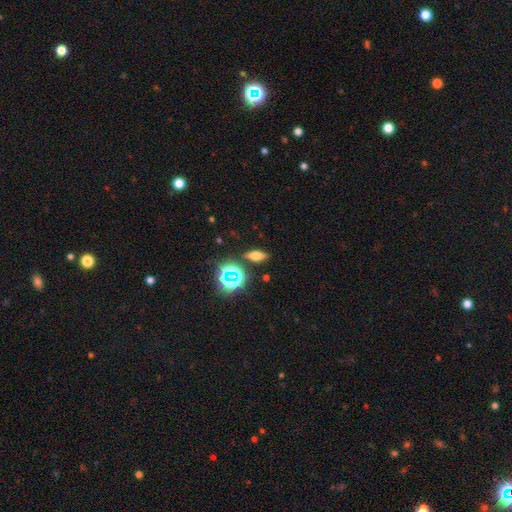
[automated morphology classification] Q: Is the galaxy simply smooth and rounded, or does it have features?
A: smooth — 52%.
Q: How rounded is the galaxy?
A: in between — 63%.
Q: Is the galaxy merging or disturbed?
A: none — 85%.